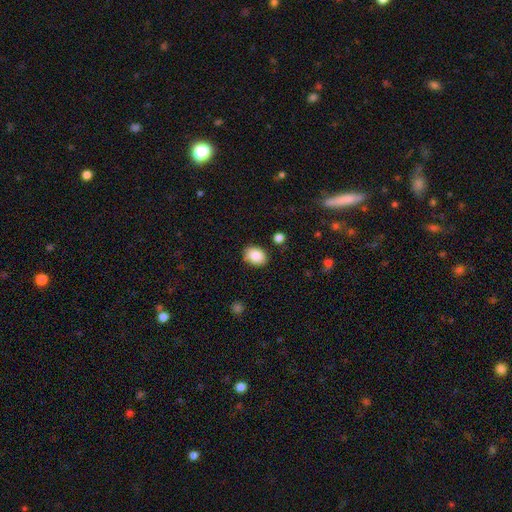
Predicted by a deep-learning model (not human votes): Morphology: type=smooth (88%); roundness=in between (71%); merging=none (84%).